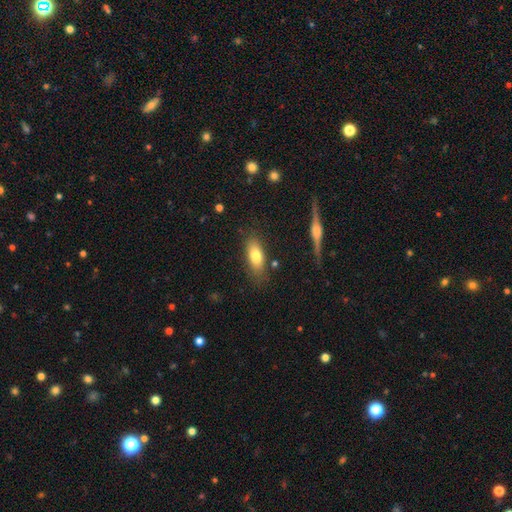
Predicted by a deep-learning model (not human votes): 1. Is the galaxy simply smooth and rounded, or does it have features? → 76% smooth, 16% featured or disk, 7% star or artifact.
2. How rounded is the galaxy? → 79% in between, 17% cigar-shaped, 4% round.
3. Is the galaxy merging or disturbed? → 77% none, 15% minor disturbance, 4% major disturbance, 4% merger.